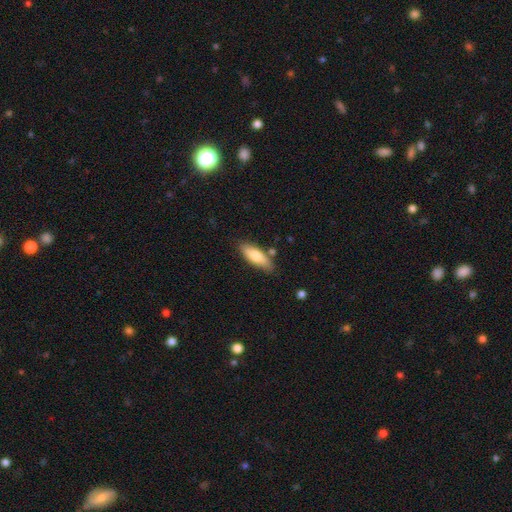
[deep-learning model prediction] This appears to be a smooth galaxy with no disk features (74%) that is in between round and cigar-shaped (61%). Merging: none (78%).